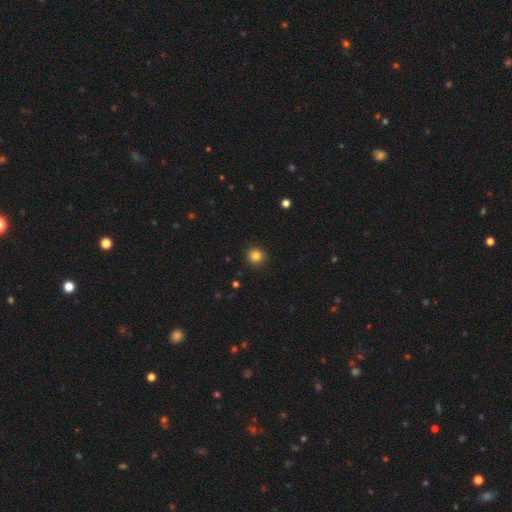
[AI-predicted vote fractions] A smooth galaxy with no disk features (85%) that is round (92%).

Vote fractions:
- Smooth or featured? smooth: 85% / star or artifact: 12% / featured or disk: 4%
- How rounded? round: 92% / in between: 7% / cigar-shaped: 1%
- Merging? none: 89% / minor disturbance: 8% / major disturbance: 2% / merger: 1%